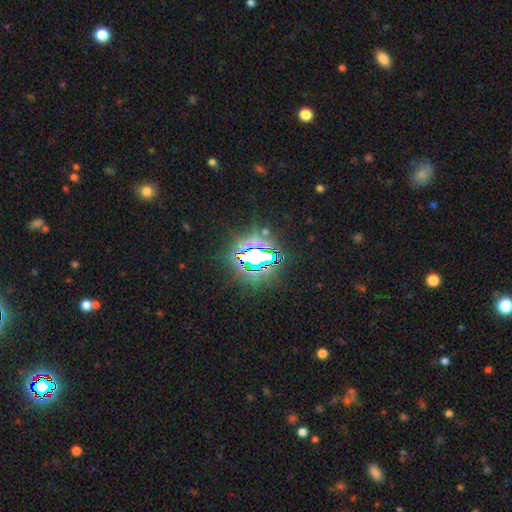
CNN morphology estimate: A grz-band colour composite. It shows a star or artifact, not a galaxy (82%).